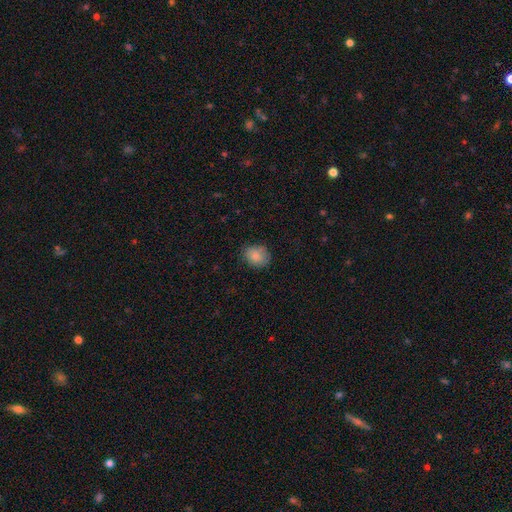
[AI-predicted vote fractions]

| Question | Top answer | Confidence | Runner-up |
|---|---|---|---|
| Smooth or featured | smooth | 86% | star or artifact (8%) |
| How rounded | round | 53% | in between (46%) |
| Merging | none | 76% | minor disturbance (19%) |